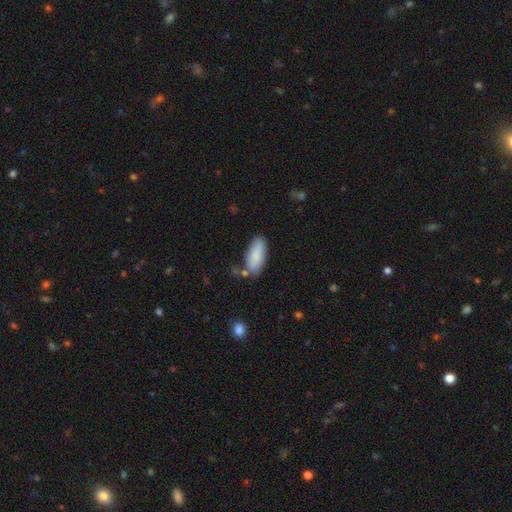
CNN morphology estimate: Smooth or featured?
  - smooth: 88% *
  - featured or disk: 6%
  - star or artifact: 6%
How rounded?
  - in between: 83% *
  - cigar-shaped: 15%
  - round: 2%
Merging?
  - none: 74% *
  - minor disturbance: 16%
  - merger: 6%
  - major disturbance: 4%